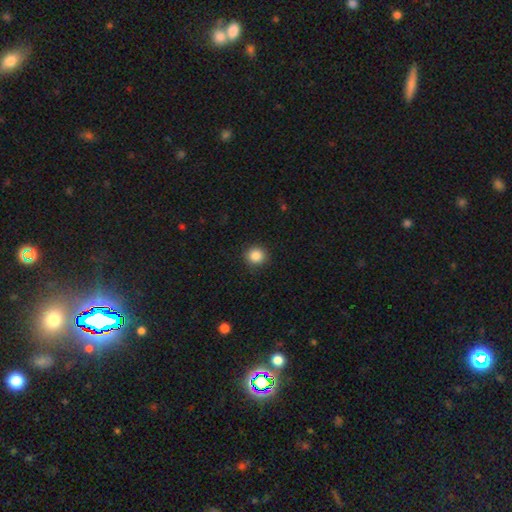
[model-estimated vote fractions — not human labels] smooth_or_featured: smooth (p=0.86) [alt: star or artifact p=0.10]
how_rounded: round (p=0.91) [alt: in between p=0.08]
merging: none (p=0.91) [alt: minor disturbance p=0.06]